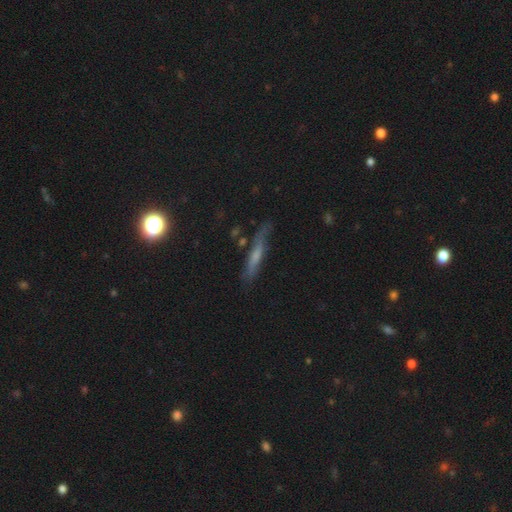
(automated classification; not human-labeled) Q: Smooth or featured?
A: featured or disk (44%); runner-up: smooth (43%)
Q: Merging?
A: none (72%); runner-up: minor disturbance (20%)